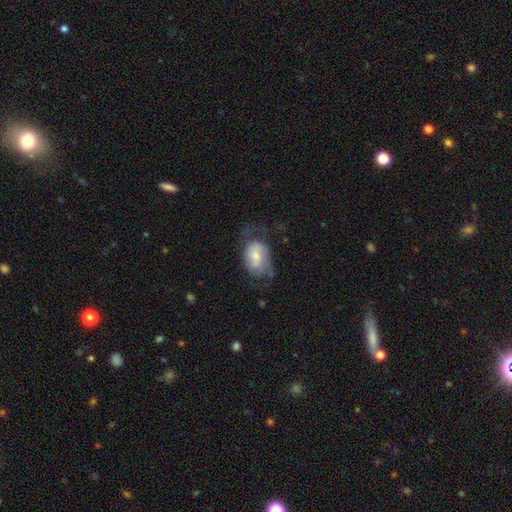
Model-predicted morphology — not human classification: type=smooth (58%); roundness=in between (78%); merging=none (38%).